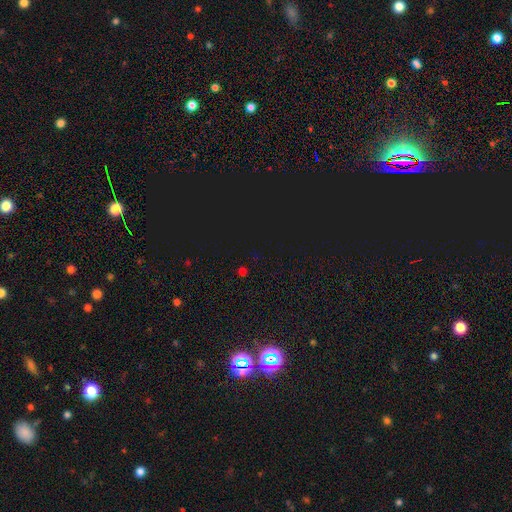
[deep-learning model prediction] smooth_or_featured: star or artifact (p=0.57) [alt: smooth p=0.38]